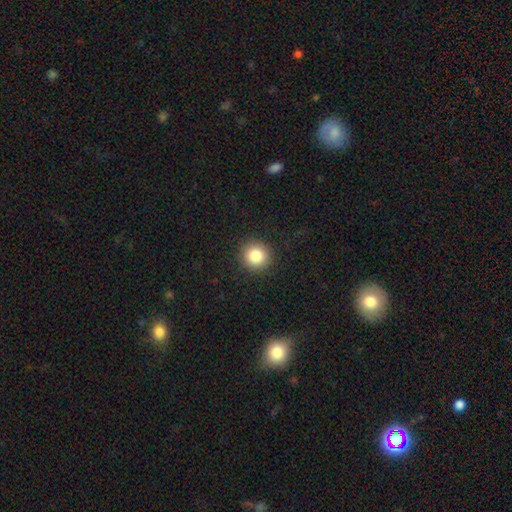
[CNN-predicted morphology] smooth 85%, star or artifact 10%, featured or disk 5%. Down the decision tree: how rounded — round (94%); merging — none (91%).